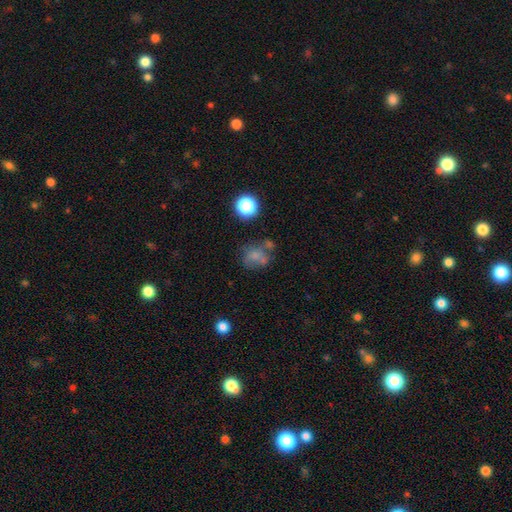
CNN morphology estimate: Q: Smooth or featured?
A: smooth (62%); runner-up: featured or disk (21%)
Q: How rounded?
A: round (65%); runner-up: in between (34%)
Q: Merging?
A: none (42%); runner-up: minor disturbance (21%)